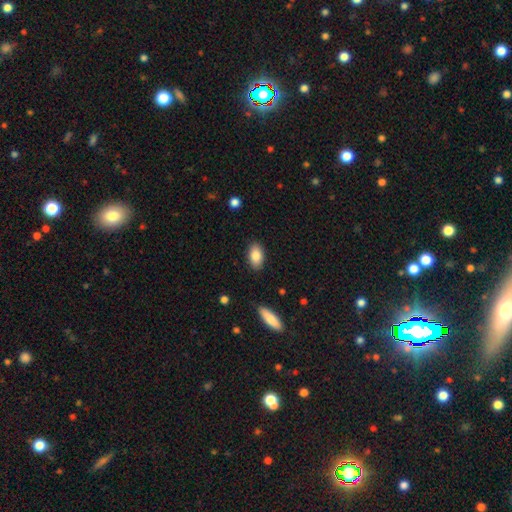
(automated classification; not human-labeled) Smooth or featured?
  - smooth: 86% *
  - featured or disk: 7%
  - star or artifact: 7%
How rounded?
  - in between: 92% *
  - round: 5%
  - cigar-shaped: 3%
Merging?
  - none: 87% *
  - minor disturbance: 9%
  - major disturbance: 2%
  - merger: 1%